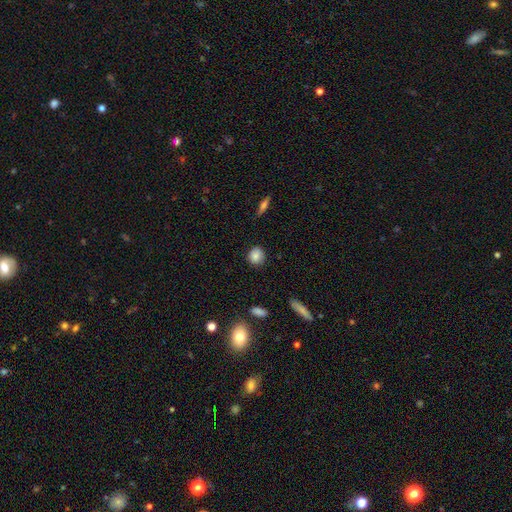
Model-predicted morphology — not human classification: This appears to be a smooth galaxy with no disk features (85%) that is round (81%). Merging: none (88%).